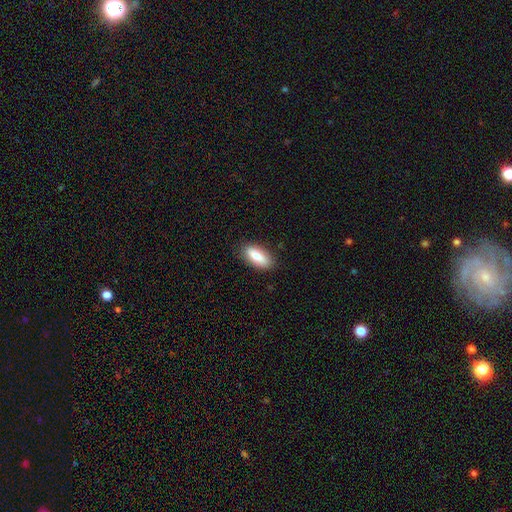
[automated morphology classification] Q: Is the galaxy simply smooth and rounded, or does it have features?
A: smooth — 80%.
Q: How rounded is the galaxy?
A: in between — 78%.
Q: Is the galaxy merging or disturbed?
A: none — 85%.